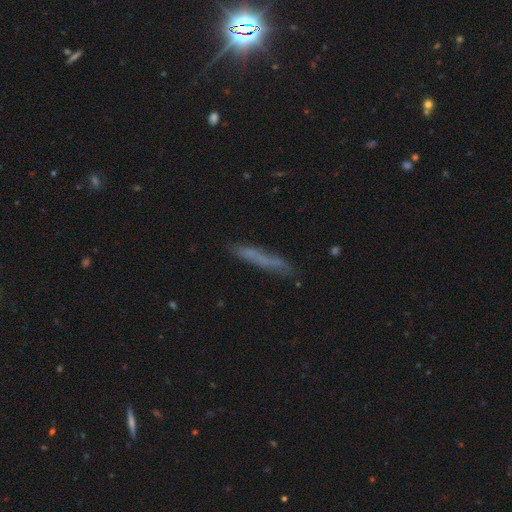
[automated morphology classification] The model was most divided on "smooth or featured": smooth: 59%, featured or disk: 31%, star or artifact: 11%. More confident: how rounded — cigar-shaped (93%); merging — none (77%).